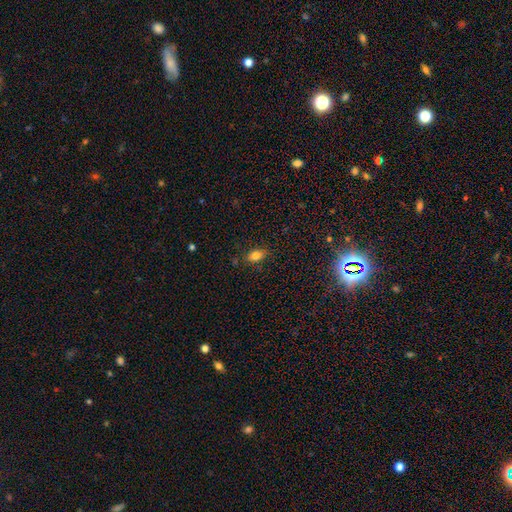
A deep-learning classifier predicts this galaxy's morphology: smooth-or-featured: smooth: 80% | star or artifact: 10% | featured or disk: 10%
  how-rounded: in between: 85% | round: 10% | cigar-shaped: 4%
  merging: none: 82% | minor disturbance: 13% | major disturbance: 3% | merger: 2%